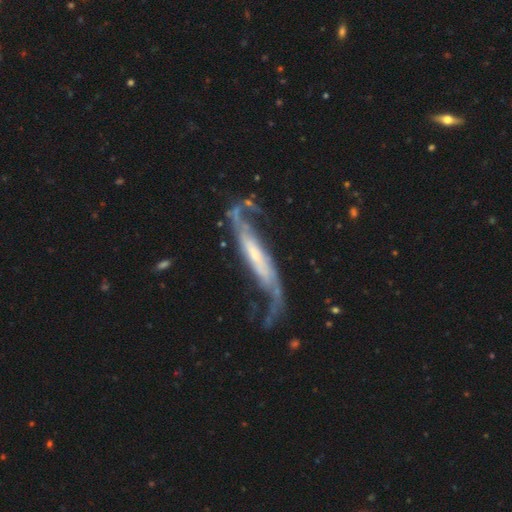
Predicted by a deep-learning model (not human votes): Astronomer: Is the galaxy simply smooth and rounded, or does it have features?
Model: featured or disk — 86%.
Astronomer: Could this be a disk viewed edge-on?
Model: no — 76%.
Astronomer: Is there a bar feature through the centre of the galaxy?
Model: strong — 36% (runner-up: no, 32%).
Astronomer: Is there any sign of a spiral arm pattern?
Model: yes — 96%.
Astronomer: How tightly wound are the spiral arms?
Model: loose — 65%.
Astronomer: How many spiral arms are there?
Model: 2 — 90%.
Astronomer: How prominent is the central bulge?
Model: small — 49%.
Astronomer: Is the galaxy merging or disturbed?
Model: none — 58%.